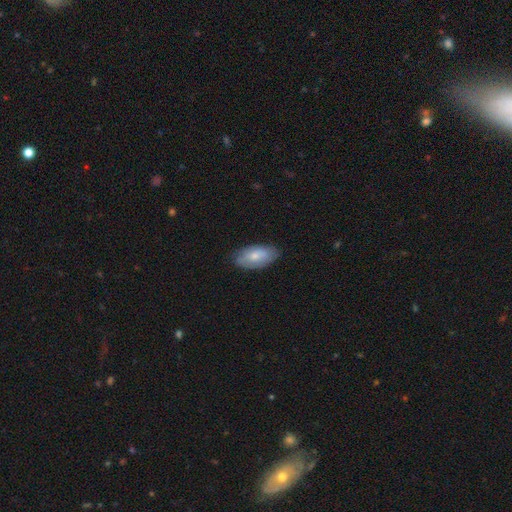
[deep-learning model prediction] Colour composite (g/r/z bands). It shows a smooth galaxy with no disk features (70%) that is in between round and cigar-shaped (93%). Merging: none (80%).